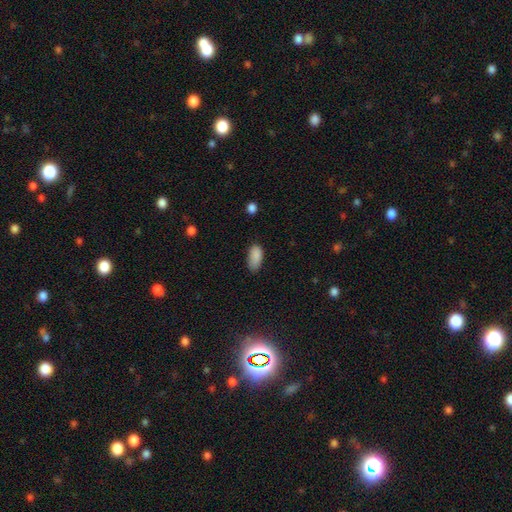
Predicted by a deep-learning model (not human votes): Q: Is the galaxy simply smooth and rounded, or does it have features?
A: smooth — 88%.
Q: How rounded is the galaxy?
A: in between — 92%.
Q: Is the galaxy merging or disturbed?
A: none — 67%.